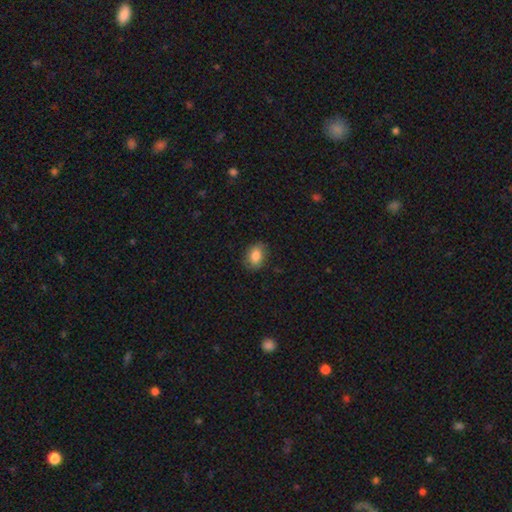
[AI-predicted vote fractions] Smooth or featured? smooth (81%)
How rounded? in between (73%)
Merging? none (82%)